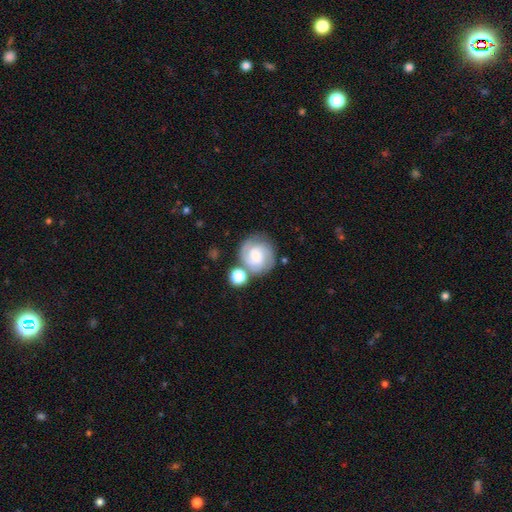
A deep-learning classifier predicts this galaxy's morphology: type=featured or disk (64%); edge-on=no (97%); bar=no (55%); spiral arms=yes (92%); winding=tight (55%); arm count=2 (50%); bulge=small (43%); merging=none (61%).